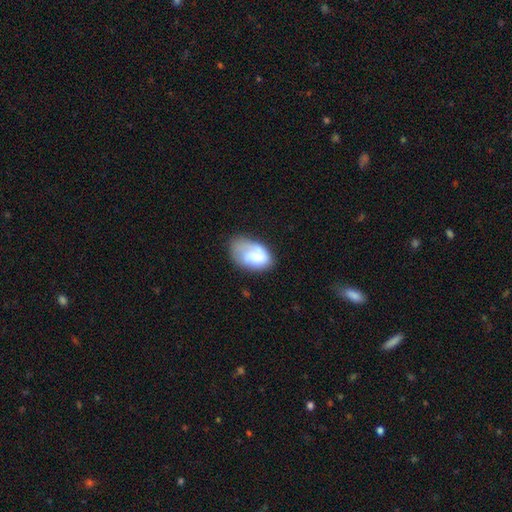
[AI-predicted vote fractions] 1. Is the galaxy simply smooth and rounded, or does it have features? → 67% smooth, 26% featured or disk, 7% star or artifact.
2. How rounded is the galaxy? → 90% in between, 9% round, 1% cigar-shaped.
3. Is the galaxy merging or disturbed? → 40% none, 31% minor disturbance, 21% major disturbance, 7% merger.